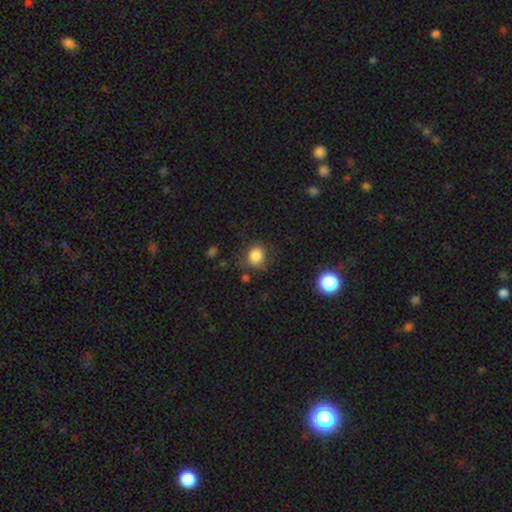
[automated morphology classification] This is clearly a smooth galaxy (85%). How rounded: likely round (74%). Merging: likely none (72%).